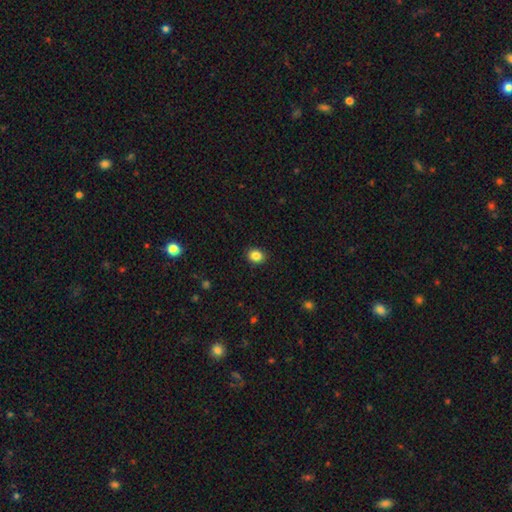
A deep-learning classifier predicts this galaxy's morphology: Smooth or featured? Predicted: smooth (p=0.86). How rounded? Predicted: round (p=0.65). Merging? Predicted: none (p=0.91).